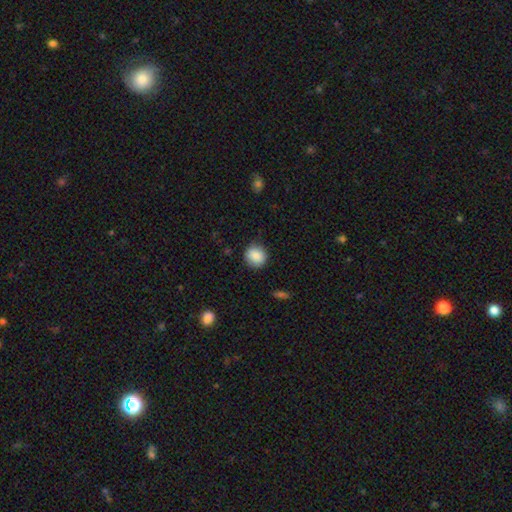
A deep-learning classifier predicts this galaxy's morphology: smooth 86%, star or artifact 8%, featured or disk 5%. Down the decision tree: how rounded — round (89%); merging — none (83%).